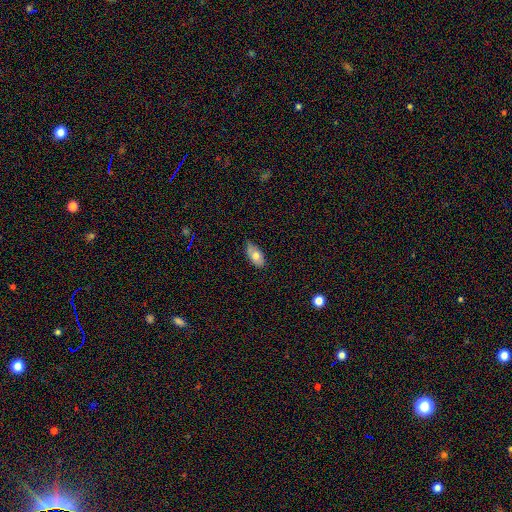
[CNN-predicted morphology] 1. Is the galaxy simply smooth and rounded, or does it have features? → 70% smooth, 23% featured or disk, 7% star or artifact.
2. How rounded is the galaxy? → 92% in between, 4% cigar-shaped, 4% round.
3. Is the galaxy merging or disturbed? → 69% none, 26% minor disturbance, 4% major disturbance, 1% merger.